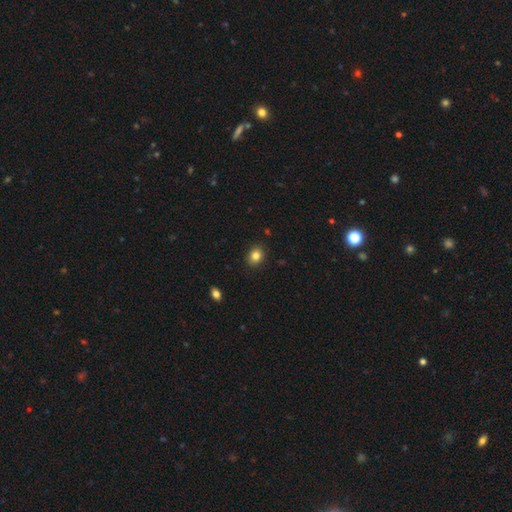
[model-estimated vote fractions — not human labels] Smooth or featured: smooth — 84% (star or artifact — 10%)
How rounded: round — 53% (in between — 46%)
Merging: none — 89% (minor disturbance — 8%)